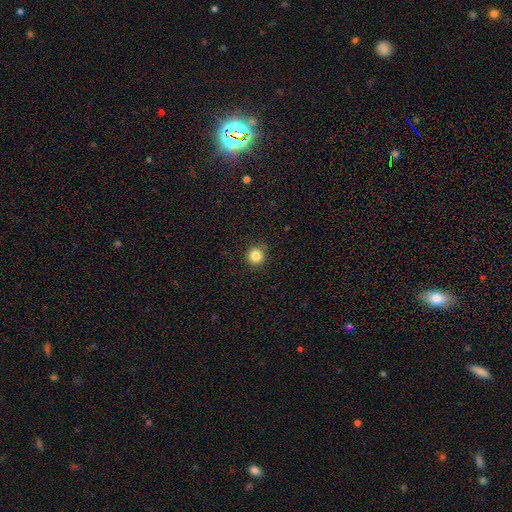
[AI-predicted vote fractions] Q: Smooth or featured?
A: smooth (84%); runner-up: star or artifact (11%)
Q: How rounded?
A: round (94%); runner-up: in between (5%)
Q: Merging?
A: none (89%); runner-up: minor disturbance (8%)